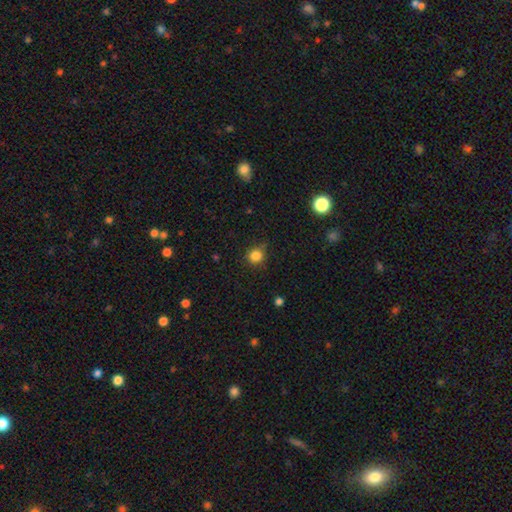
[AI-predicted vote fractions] Morphology: type=smooth (84%); roundness=round (88%); merging=none (77%).